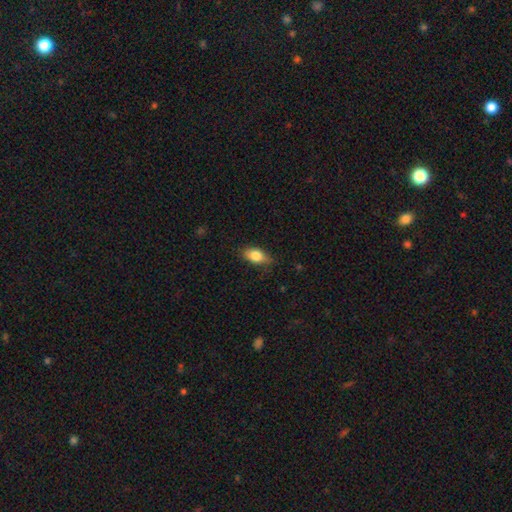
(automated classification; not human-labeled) This appears to be a smooth galaxy with no disk features (80%) that is in between round and cigar-shaped (85%). Merging: none (76%).